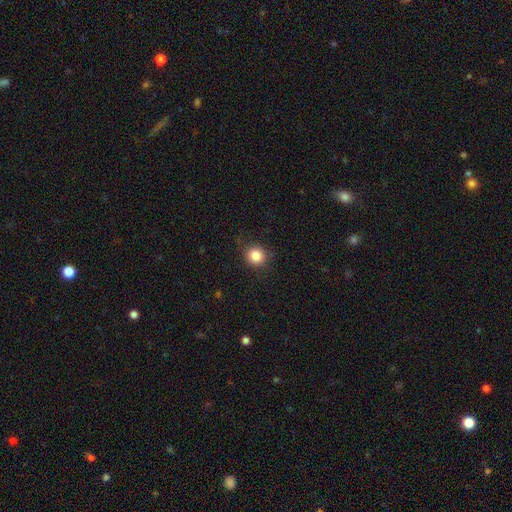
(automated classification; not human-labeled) A smooth galaxy with no disk features (85%) that is round (90%). Merging: none (87%).